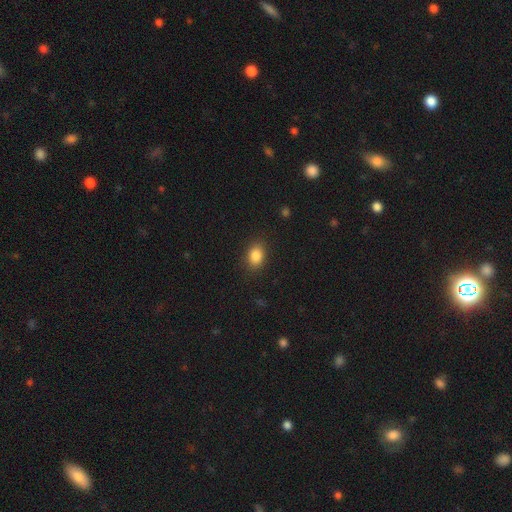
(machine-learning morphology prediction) The model was most divided on "how rounded": in between: 70%, round: 29%, cigar-shaped: 1%. More confident: merging — none (86%); smooth or featured — smooth (85%).